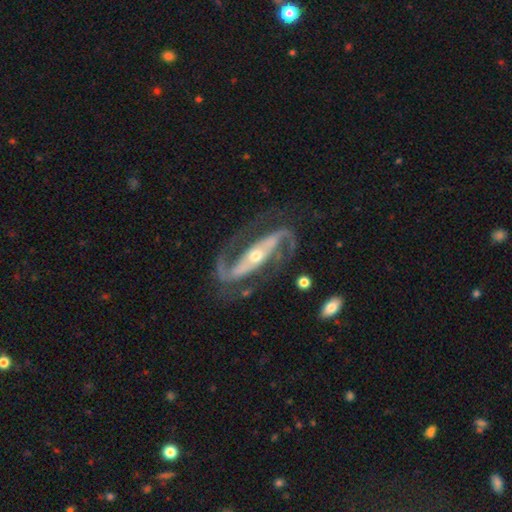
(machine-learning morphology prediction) This is clearly a featured or disk galaxy (93%). It is clearly not viewed edge-on (93%). Bar: likely strong (68%). Spiral arm pattern: clearly yes (98%). Spiral arm count: clearly 2 (94%). Spiral winding: possibly medium (56%). Central bulge: possibly moderate (49%). Merging: likely none (77%).